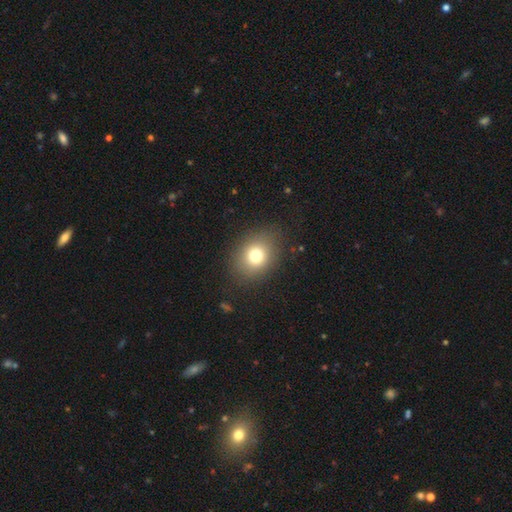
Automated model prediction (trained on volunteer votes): This is likely a smooth galaxy (76%). How rounded: possibly round (54%). Merging: clearly none (84%).